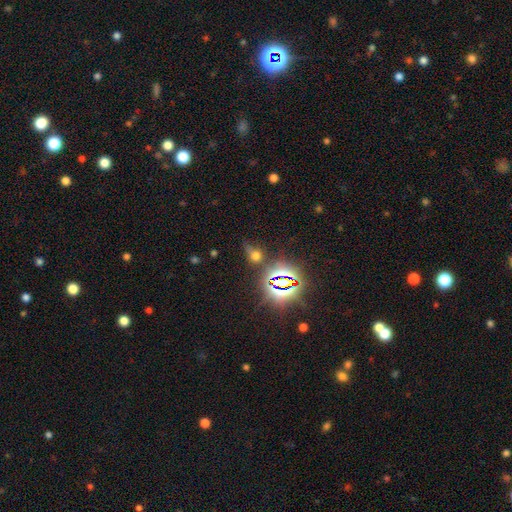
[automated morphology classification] smooth_or_featured: star or artifact (p=0.47) [alt: smooth p=0.42]